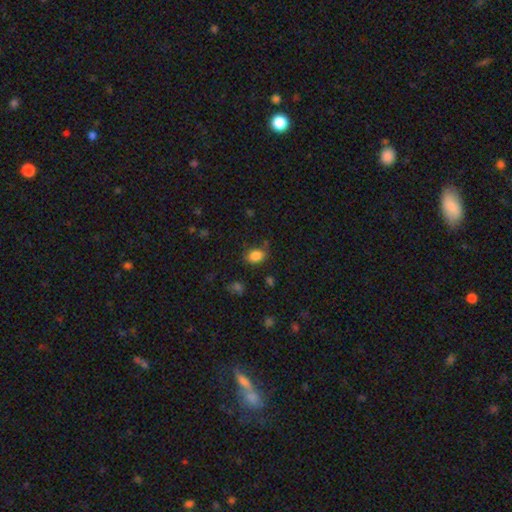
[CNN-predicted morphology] Smooth or featured?
  - smooth: 85% *
  - star or artifact: 10%
  - featured or disk: 5%
How rounded?
  - in between: 67% *
  - round: 32%
  - cigar-shaped: 1%
Merging?
  - none: 70% *
  - minor disturbance: 21%
  - major disturbance: 6%
  - merger: 3%